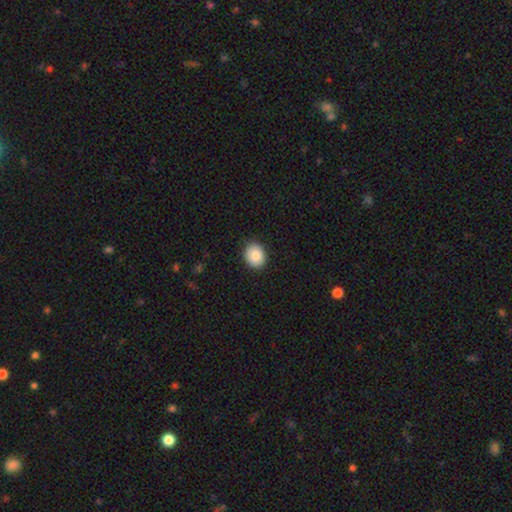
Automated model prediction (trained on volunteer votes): A smooth galaxy with no disk features (83%) that is round (63%).

Vote fractions:
- Smooth or featured? smooth: 83% / featured or disk: 9% / star or artifact: 8%
- How rounded? round: 63% / in between: 36% / cigar-shaped: 1%
- Merging? none: 88% / minor disturbance: 9% / major disturbance: 2% / merger: 1%